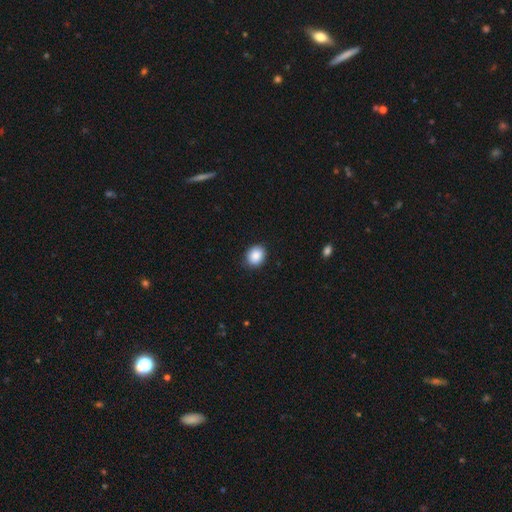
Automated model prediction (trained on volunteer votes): Morphology: type=smooth (87%); roundness=round (63%); merging=none (88%).